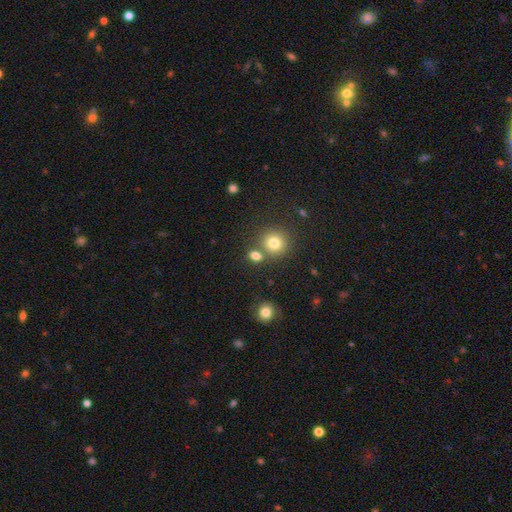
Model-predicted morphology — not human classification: type=smooth (79%); roundness=round (56%); merging=none (64%).